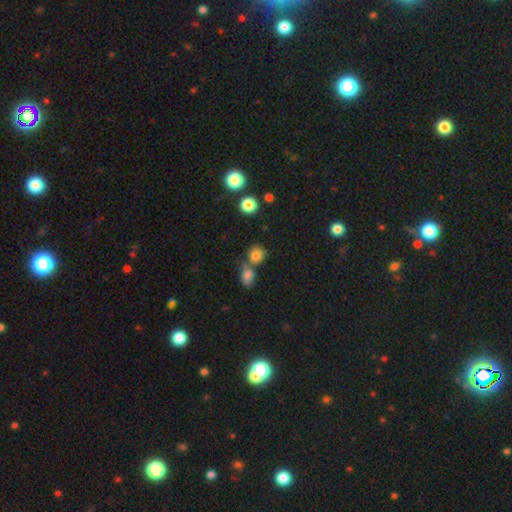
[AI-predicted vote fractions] Smooth or featured: smooth — 81% (star or artifact — 13%)
How rounded: round — 78% (in between — 20%)
Merging: none — 54% (merger — 33%)